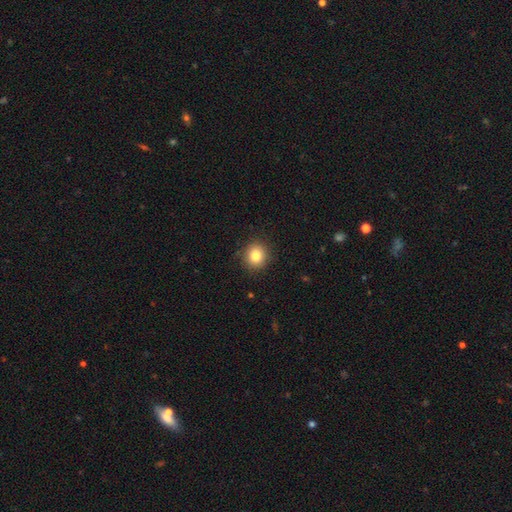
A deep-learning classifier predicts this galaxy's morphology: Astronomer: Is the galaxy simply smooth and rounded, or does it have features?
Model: smooth — 83%.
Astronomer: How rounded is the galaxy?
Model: round — 89%.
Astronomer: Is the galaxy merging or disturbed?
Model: none — 89%.